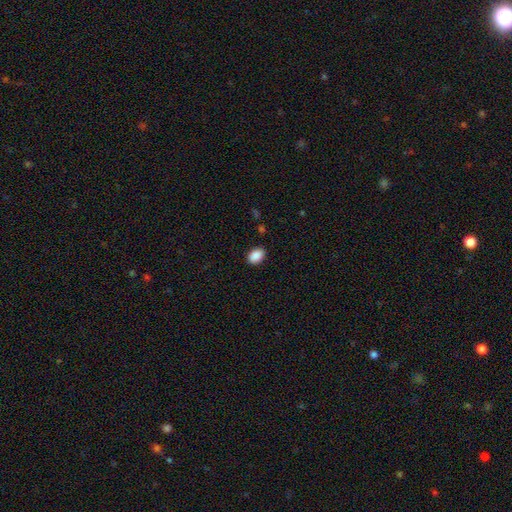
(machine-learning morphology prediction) Smooth or featured?
  - smooth: 90% *
  - star or artifact: 7%
  - featured or disk: 3%
How rounded?
  - in between: 79% *
  - round: 20%
  - cigar-shaped: 1%
Merging?
  - none: 88% *
  - minor disturbance: 8%
  - major disturbance: 2%
  - merger: 1%